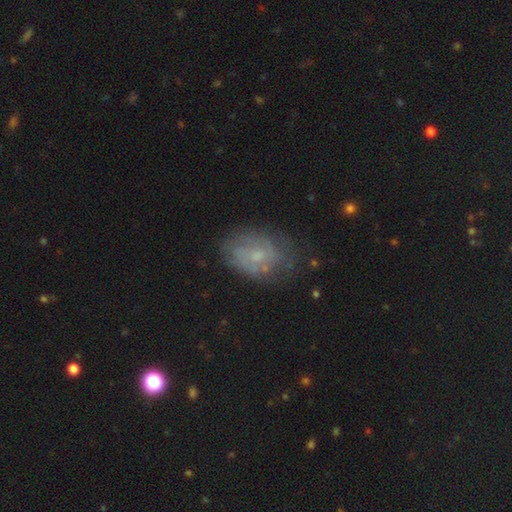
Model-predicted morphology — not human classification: type=featured or disk (45%, tied with smooth); merging=none (63%).